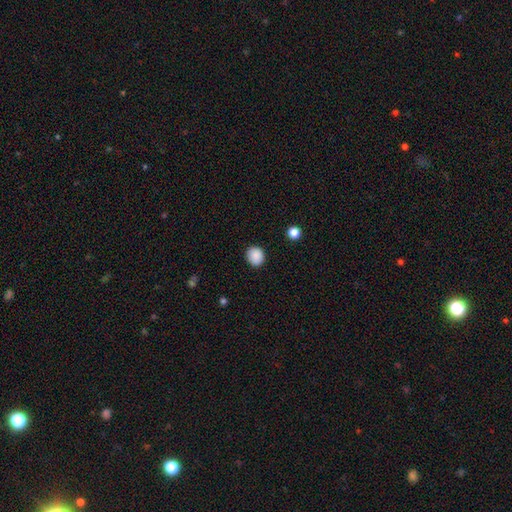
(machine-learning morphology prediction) smooth 89%, star or artifact 9%, featured or disk 3%. Down the decision tree: how rounded — round (76%); merging — none (90%).